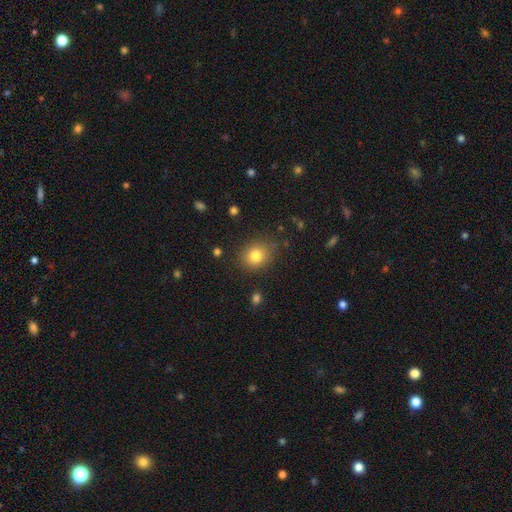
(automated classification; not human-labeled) The model was most divided on "how rounded": round: 67%, in between: 32%, cigar-shaped: 1%. More confident: merging — none (81%); smooth or featured — smooth (80%).